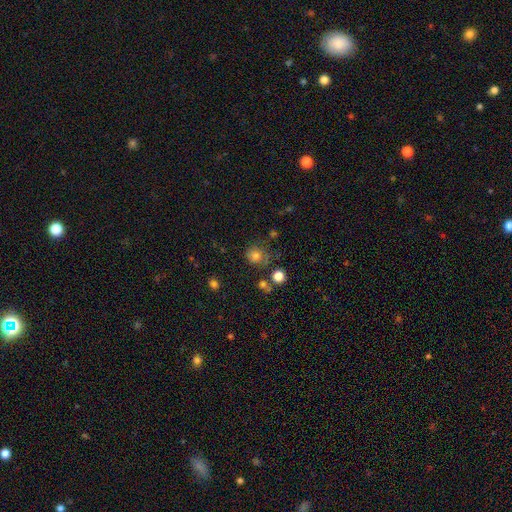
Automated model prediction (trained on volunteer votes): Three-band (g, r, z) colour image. It shows a smooth galaxy with no disk features (77%) that is round (82%). Merging: none (65%).